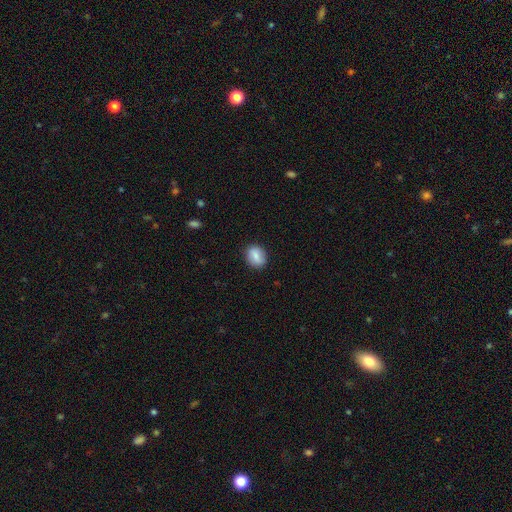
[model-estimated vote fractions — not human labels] The model was most divided on "how rounded": round: 52%, in between: 46%, cigar-shaped: 1%. More confident: merging — none (86%); smooth or featured — smooth (81%).